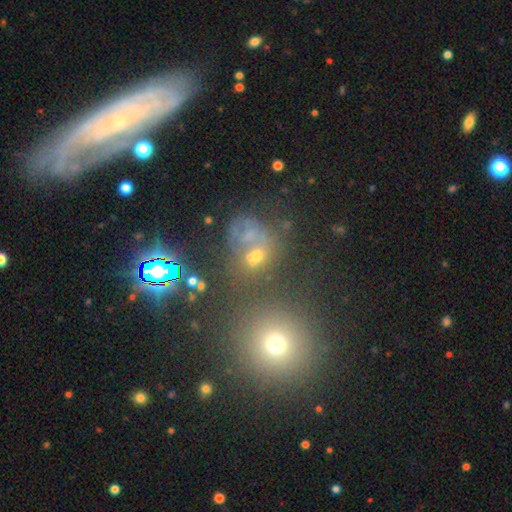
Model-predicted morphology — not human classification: Smooth or featured: smooth — 42% (star or artifact — 34%)
Merging: merger — 40% (none — 35%)